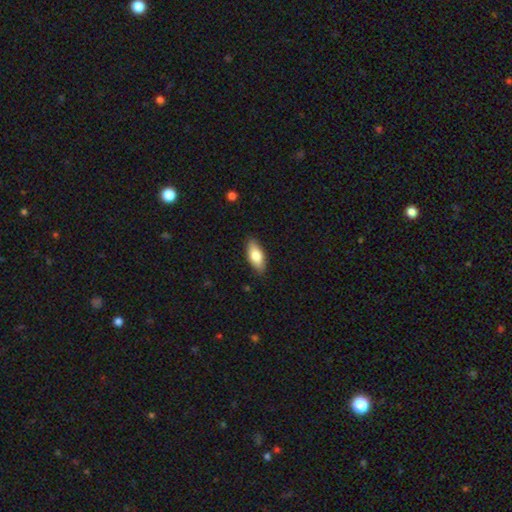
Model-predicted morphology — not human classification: Overall: smooth (78%). How rounded: in between (84%). Merging: none (88%).